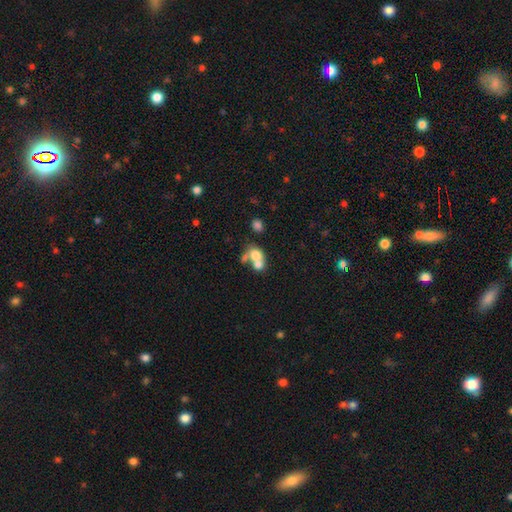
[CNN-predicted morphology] A smooth galaxy with no disk features (67%) that is round (56%). Merging: merger (64%).